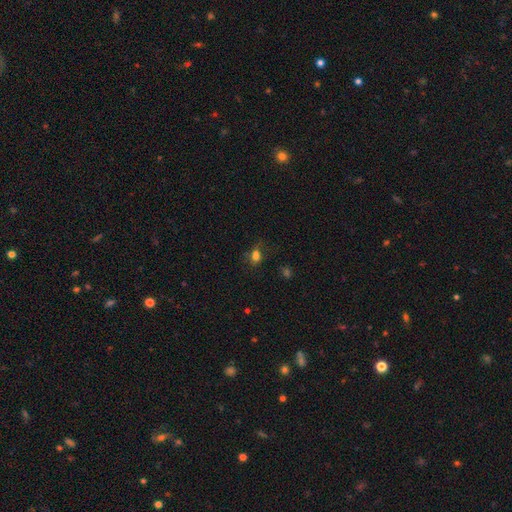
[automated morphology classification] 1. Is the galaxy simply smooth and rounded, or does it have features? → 66% smooth, 22% star or artifact, 12% featured or disk.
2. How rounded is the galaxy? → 61% in between, 36% round, 3% cigar-shaped.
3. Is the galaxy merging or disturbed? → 48% none, 24% minor disturbance, 20% major disturbance, 8% merger.